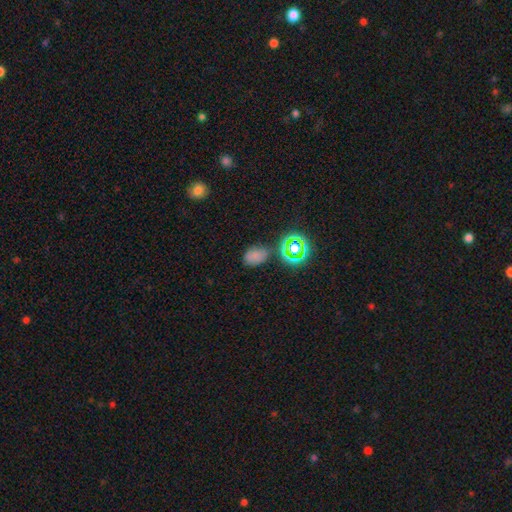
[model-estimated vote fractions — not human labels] The model was most divided on "smooth or featured": smooth: 65%, star or artifact: 27%, featured or disk: 8%. More confident: how rounded — in between (80%); merging — none (68%).